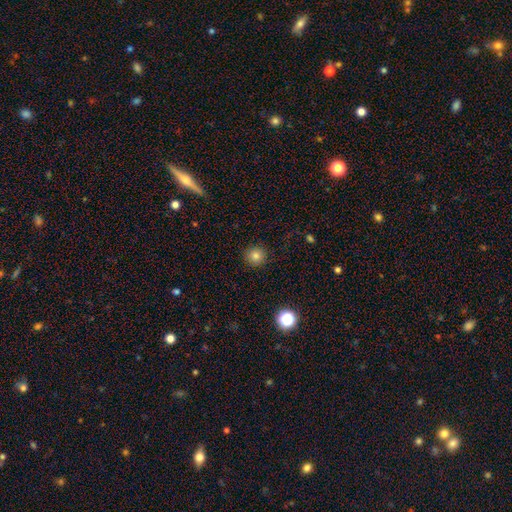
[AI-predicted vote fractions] The model was most divided on "smooth or featured": smooth: 82%, star or artifact: 13%, featured or disk: 6%. More confident: how rounded — round (93%); merging — none (90%).